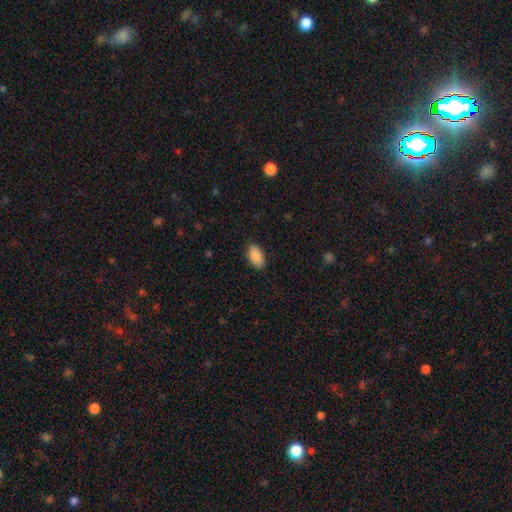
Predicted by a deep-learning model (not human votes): Smooth or featured: smooth — 91% (star or artifact — 6%)
How rounded: in between — 94% (cigar-shaped — 4%)
Merging: none — 88% (minor disturbance — 9%)